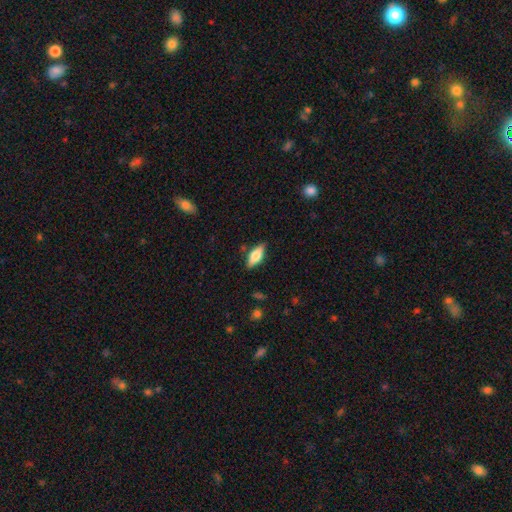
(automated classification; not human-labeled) Morphology: type=smooth (61%); roundness=in between (75%); merging=none (83%).